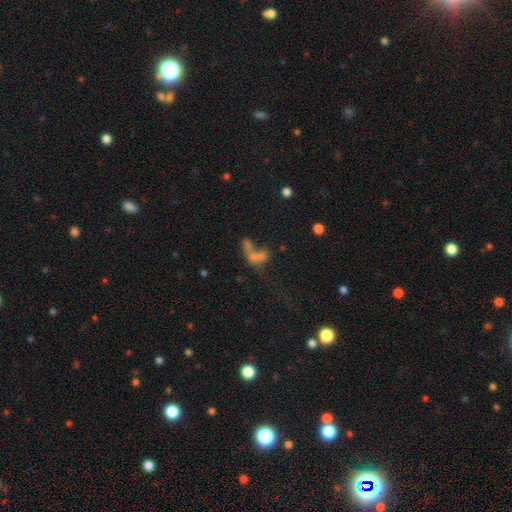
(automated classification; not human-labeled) Smooth or featured? Predicted: smooth (p=0.56). How rounded? Predicted: in between (p=0.71). Merging? Predicted: merger (p=0.49).